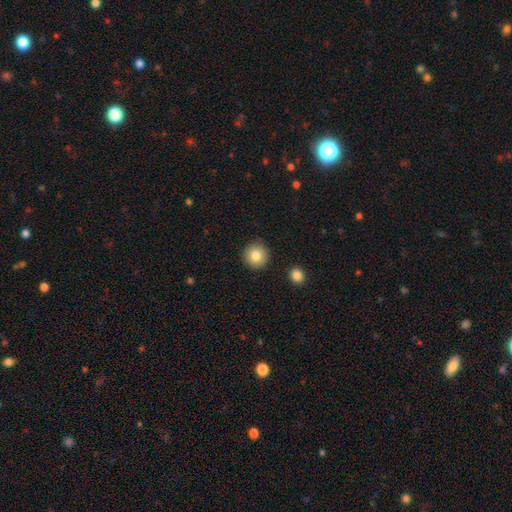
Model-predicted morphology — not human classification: This appears to be a smooth galaxy with no disk features (83%) that is round (92%). Merging: none (88%).